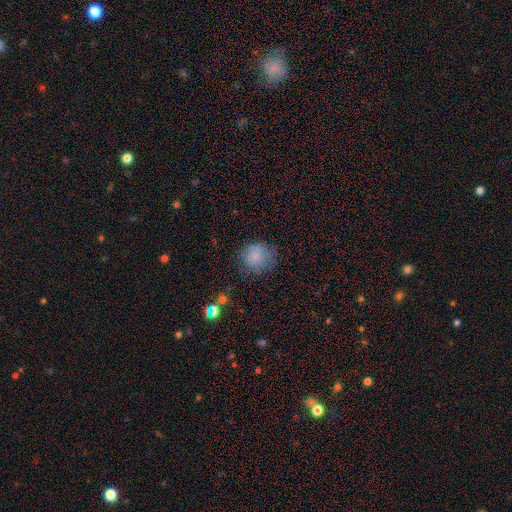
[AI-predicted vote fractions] Smooth or featured: smooth — 77% (star or artifact — 12%)
How rounded: round — 76% (in between — 23%)
Merging: none — 68% (minor disturbance — 21%)